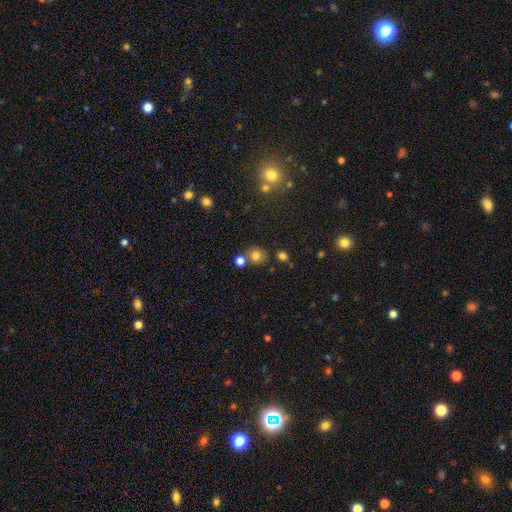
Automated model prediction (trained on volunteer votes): A smooth galaxy with no disk features (77%) that is round (83%). Merging: none (69%).